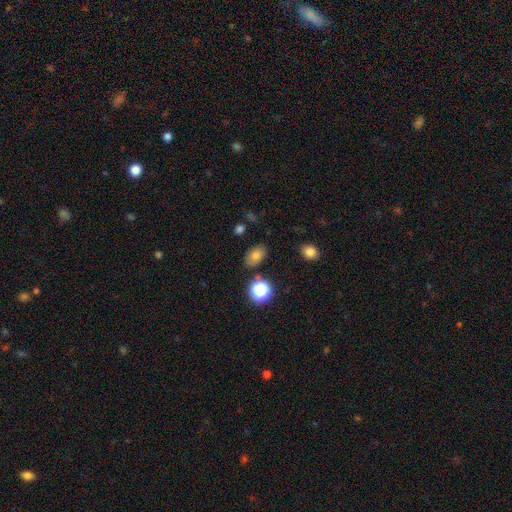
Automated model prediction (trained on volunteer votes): Smooth or featured? Predicted: smooth (p=0.69). How rounded? Predicted: in between (p=0.77). Merging? Predicted: none (p=0.81).